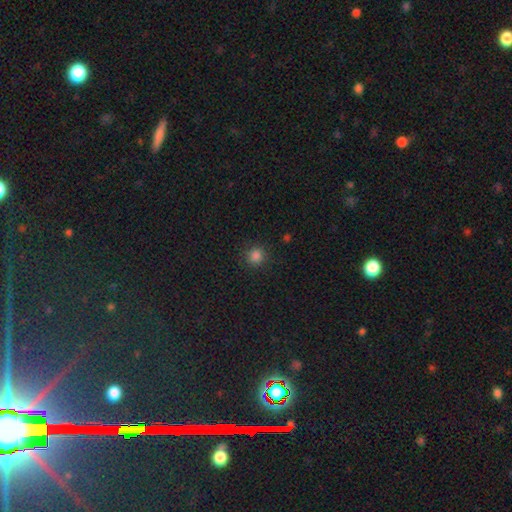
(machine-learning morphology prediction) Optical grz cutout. It shows a smooth galaxy with no disk features (83%) that is round (92%). Merging: none (89%).